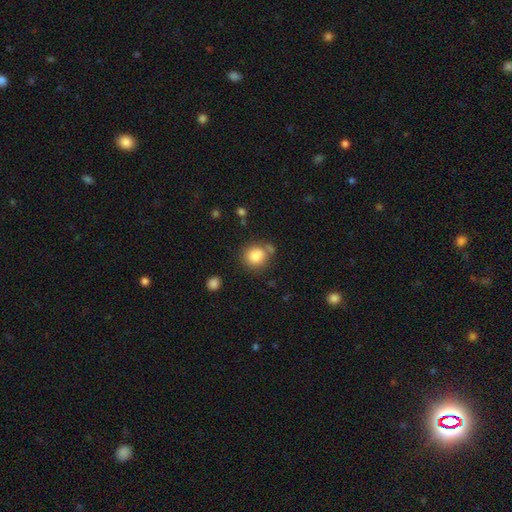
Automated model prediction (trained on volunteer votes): A smooth galaxy with no disk features (84%) that is round (85%).

Vote fractions:
- Smooth or featured? smooth: 84% / star or artifact: 9% / featured or disk: 6%
- How rounded? round: 85% / in between: 14% / cigar-shaped: 1%
- Merging? none: 68% / minor disturbance: 14% / merger: 13% / major disturbance: 5%